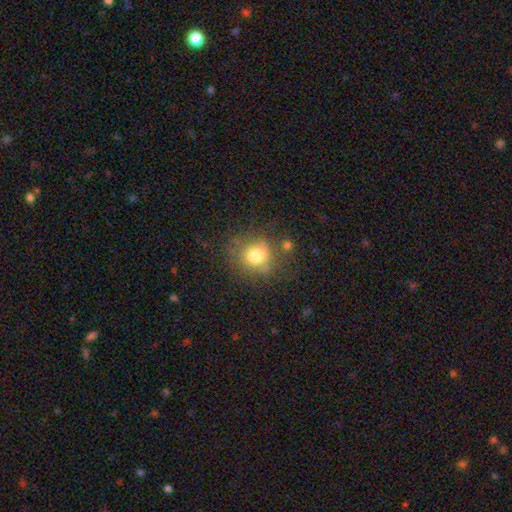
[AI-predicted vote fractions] Q: Smooth or featured?
A: smooth (72%); runner-up: featured or disk (15%)
Q: How rounded?
A: round (85%); runner-up: in between (14%)
Q: Merging?
A: none (65%); runner-up: minor disturbance (19%)